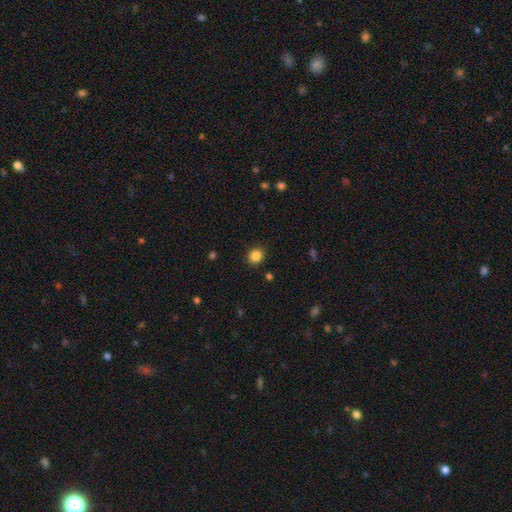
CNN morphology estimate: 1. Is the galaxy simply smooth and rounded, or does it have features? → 85% smooth, 11% star or artifact, 4% featured or disk.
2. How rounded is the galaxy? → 80% round, 19% in between, 1% cigar-shaped.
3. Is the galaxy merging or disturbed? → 90% none, 7% minor disturbance, 2% major disturbance, 1% merger.